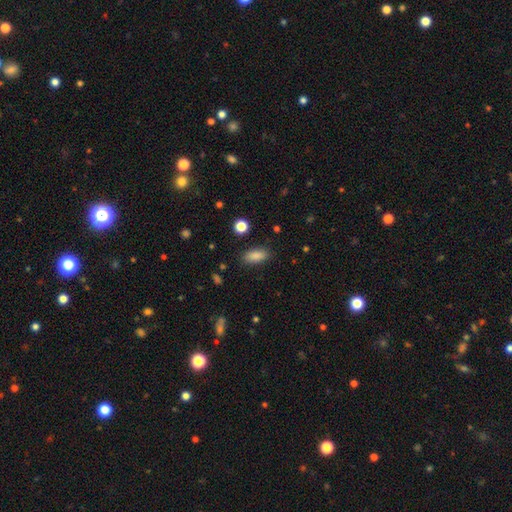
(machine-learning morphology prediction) This appears to be a smooth galaxy with no disk features (86%) that is in between round and cigar-shaped (83%). Merging: none (87%).